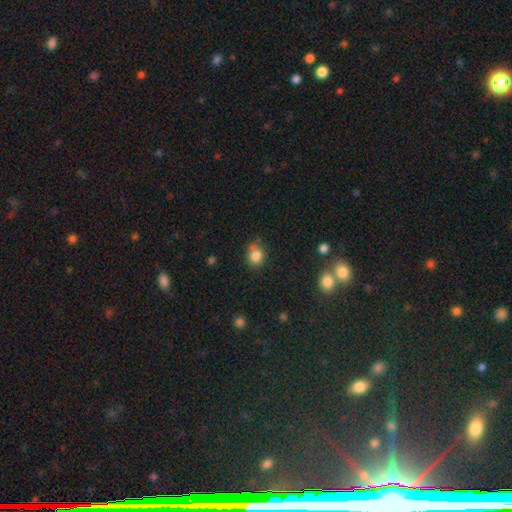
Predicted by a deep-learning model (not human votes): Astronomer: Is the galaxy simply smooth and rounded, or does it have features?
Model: smooth — 82%.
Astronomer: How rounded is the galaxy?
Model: round — 69%.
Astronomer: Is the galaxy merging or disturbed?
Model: none — 64%.